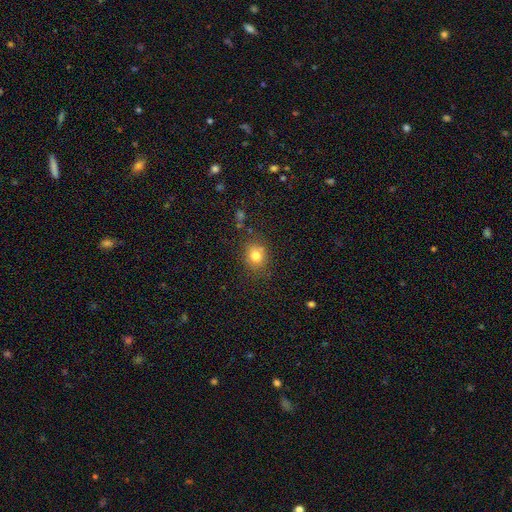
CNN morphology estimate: smooth_or_featured: smooth (p=0.78) [alt: star or artifact p=0.13]
how_rounded: round (p=0.69) [alt: in between p=0.30]
merging: none (p=0.77) [alt: minor disturbance p=0.14]